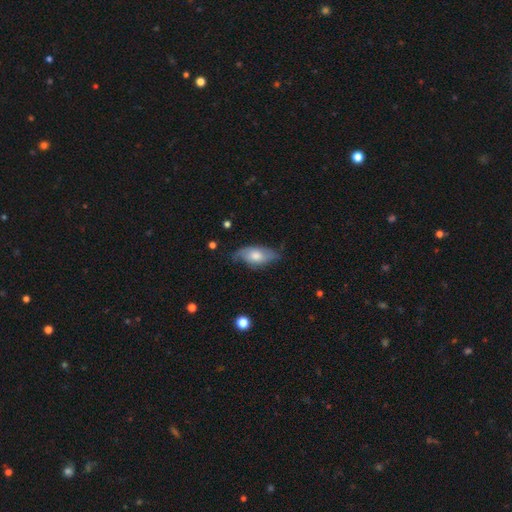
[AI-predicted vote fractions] Smooth or featured? Predicted: smooth (p=0.57). How rounded? Predicted: in between (p=0.88). Merging? Predicted: none (p=0.56).